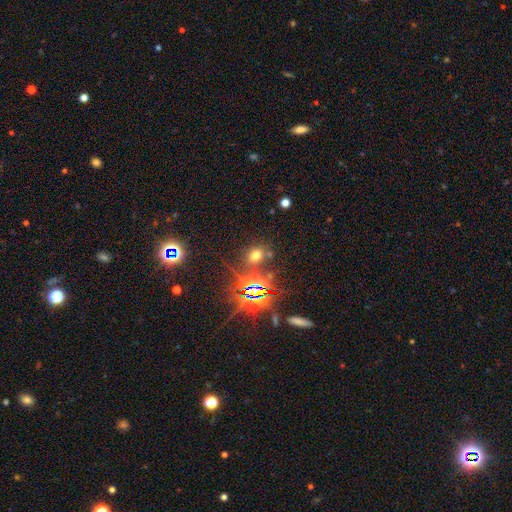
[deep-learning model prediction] A smooth galaxy with no disk features (51%) that is round (53%).

Vote fractions:
- Smooth or featured? smooth: 51% / star or artifact: 40% / featured or disk: 9%
- How rounded? round: 53% / in between: 45% / cigar-shaped: 2%
- Merging? none: 75% / minor disturbance: 11% / merger: 8% / major disturbance: 5%